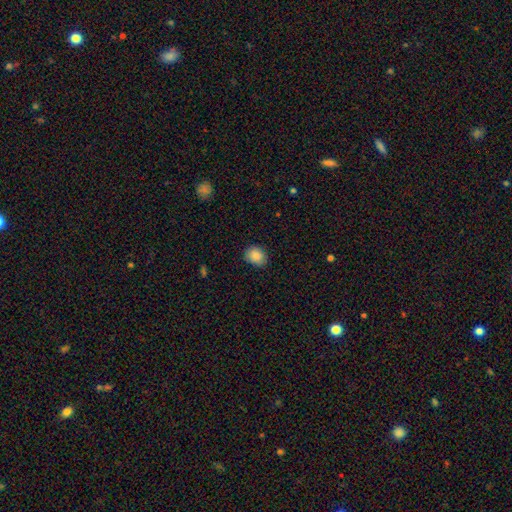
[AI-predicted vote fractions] The model was most divided on "how rounded": round: 62%, in between: 37%, cigar-shaped: 1%. More confident: smooth or featured — smooth (87%); merging — none (82%).